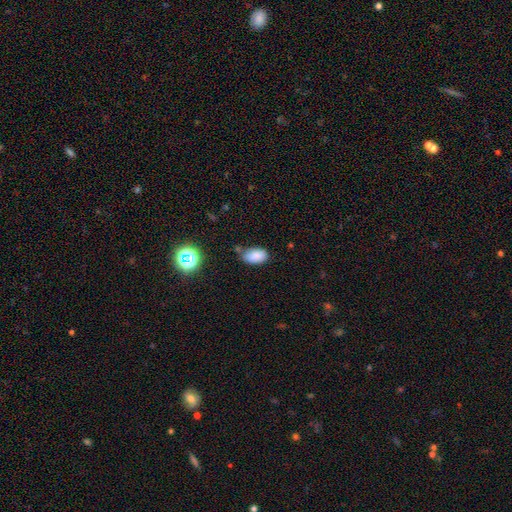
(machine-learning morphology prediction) type=smooth (84%); roundness=in between (92%); merging=none (67%).